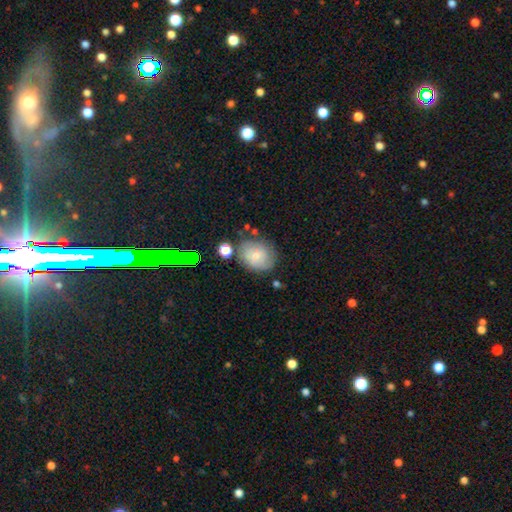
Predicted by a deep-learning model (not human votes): Smooth or featured: smooth — 72% (featured or disk — 17%)
How rounded: round — 60% (in between — 39%)
Merging: none — 69% (minor disturbance — 19%)